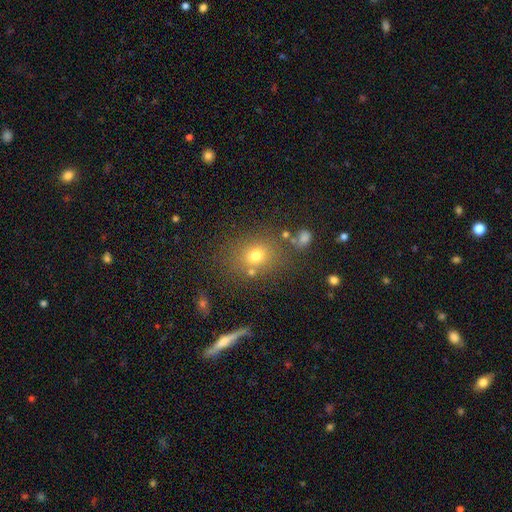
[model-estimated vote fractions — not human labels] Morphology: type=smooth (69%); roundness=round (63%); merging=none (75%).